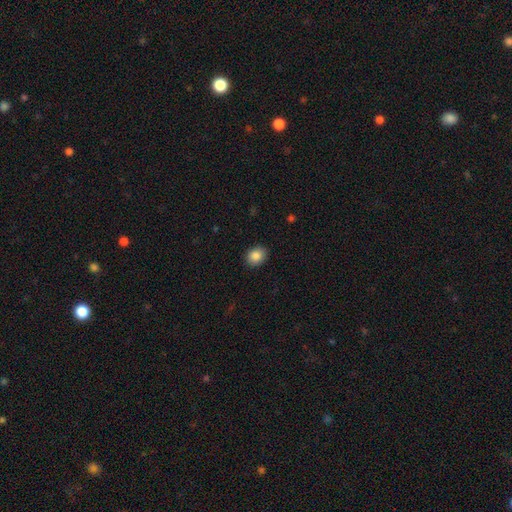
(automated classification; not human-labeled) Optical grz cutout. It shows a smooth galaxy with no disk features (86%) that is round (52%). Merging: none (89%).